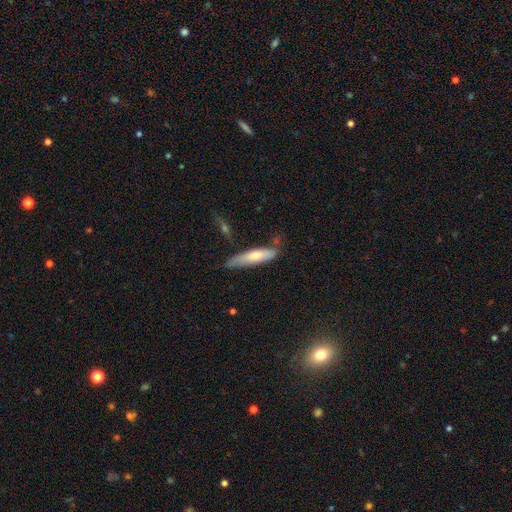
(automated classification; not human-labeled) A smooth galaxy with no disk features (65%) that is cigar-shaped (72%).

Vote fractions:
- Smooth or featured? smooth: 65% / featured or disk: 29% / star or artifact: 6%
- How rounded? cigar-shaped: 72% / in between: 26% / round: 2%
- Merging? none: 60% / minor disturbance: 28% / major disturbance: 7% / merger: 6%